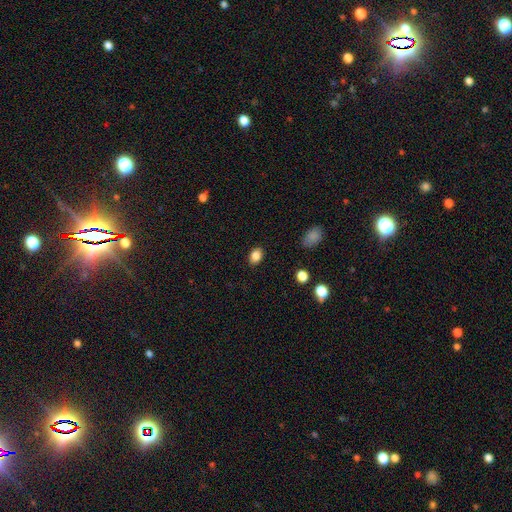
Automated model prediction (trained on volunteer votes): Smooth or featured?
  - smooth: 85% *
  - star or artifact: 10%
  - featured or disk: 5%
How rounded?
  - in between: 76% *
  - round: 23%
  - cigar-shaped: 1%
Merging?
  - none: 87% *
  - minor disturbance: 9%
  - major disturbance: 3%
  - merger: 1%